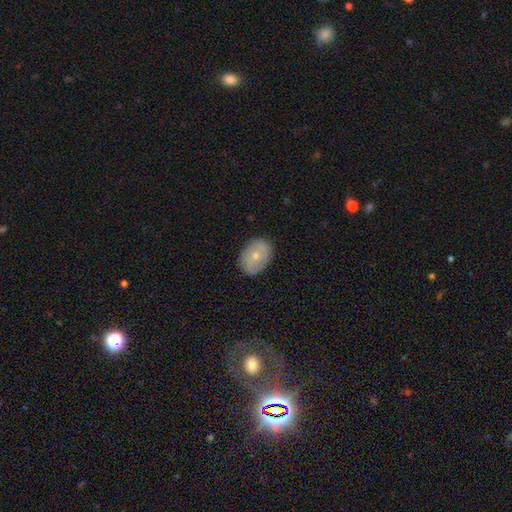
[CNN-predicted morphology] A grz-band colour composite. It shows a smooth galaxy with no disk features (59%) that is in between round and cigar-shaped (69%). Merging: none (85%).